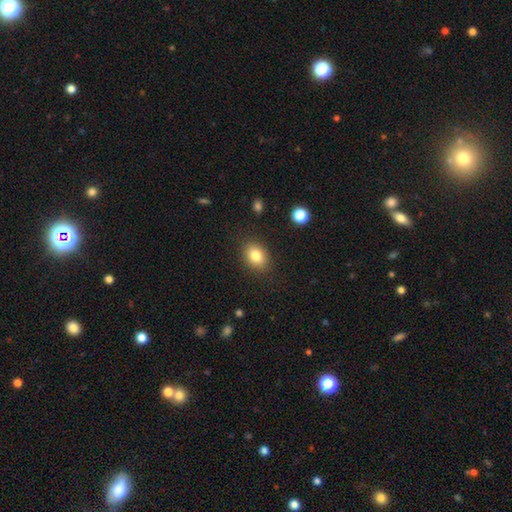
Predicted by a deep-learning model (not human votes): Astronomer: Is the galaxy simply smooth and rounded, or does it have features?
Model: smooth — 83%.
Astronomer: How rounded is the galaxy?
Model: in between — 64%.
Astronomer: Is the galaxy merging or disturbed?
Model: none — 86%.